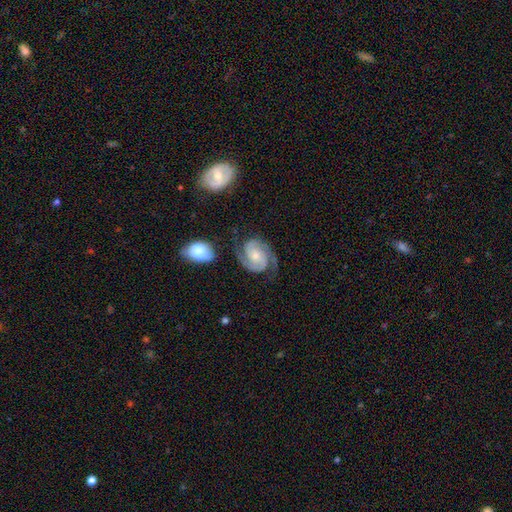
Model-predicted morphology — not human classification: Q: Smooth or featured?
A: featured or disk (89%); runner-up: smooth (6%)
Q: Edge-on disk?
A: no (98%); runner-up: yes (2%)
Q: Bar?
A: no (68%); runner-up: weak (25%)
Q: Spiral arms?
A: yes (98%); runner-up: no (2%)
Q: Spiral winding?
A: tight (52%); runner-up: medium (41%)
Q: Spiral arm count?
A: 2 (91%); runner-up: 3 (3%)
Q: Bulge size?
A: moderate (47%); runner-up: small (42%)
Q: Merging?
A: none (70%); runner-up: minor disturbance (17%)